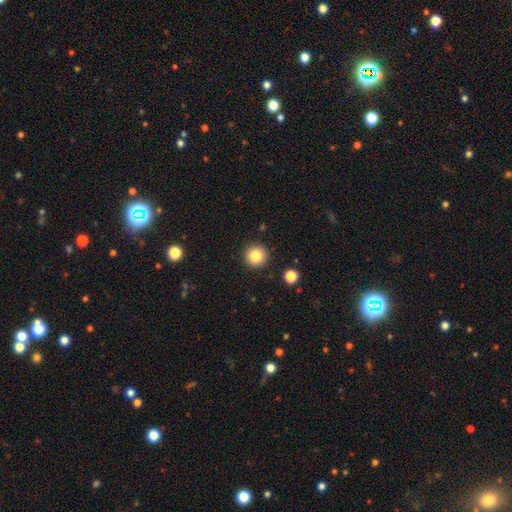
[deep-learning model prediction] Smooth or featured?
  - smooth: 85% *
  - star or artifact: 10%
  - featured or disk: 5%
How rounded?
  - round: 95% *
  - in between: 4%
  - cigar-shaped: 1%
Merging?
  - none: 91% *
  - minor disturbance: 5%
  - major disturbance: 2%
  - merger: 2%